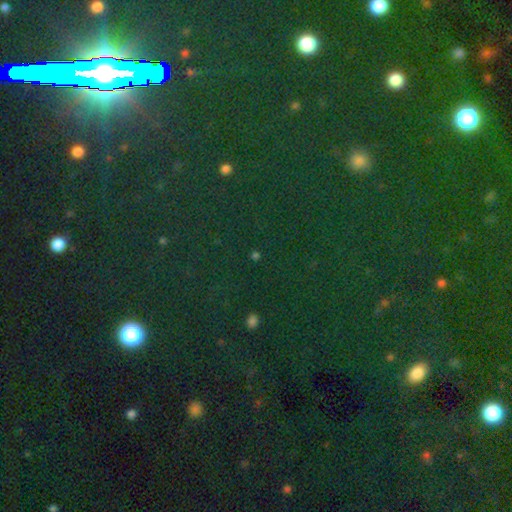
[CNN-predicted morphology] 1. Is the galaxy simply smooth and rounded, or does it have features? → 76% star or artifact, 14% smooth, 9% featured or disk.